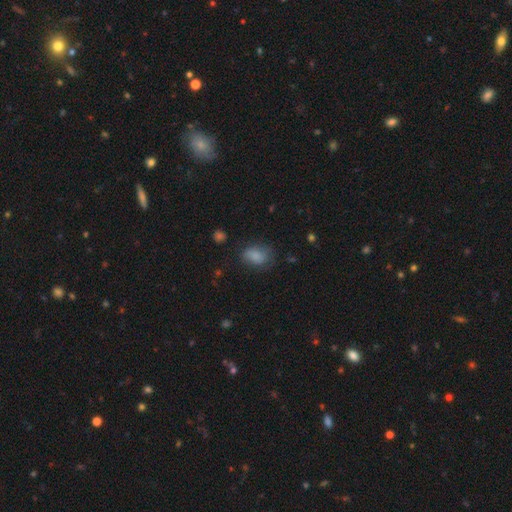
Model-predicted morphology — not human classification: A smooth galaxy with no disk features (83%) that is in between round and cigar-shaped (79%). Merging: none (59%).